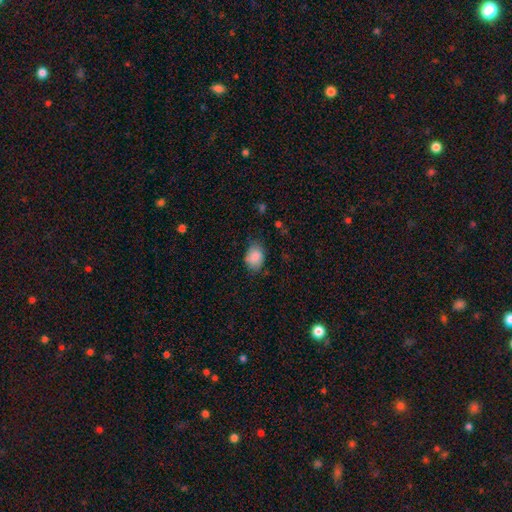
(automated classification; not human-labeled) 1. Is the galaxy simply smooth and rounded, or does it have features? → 87% smooth, 7% star or artifact, 6% featured or disk.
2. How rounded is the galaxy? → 68% in between, 31% round, 1% cigar-shaped.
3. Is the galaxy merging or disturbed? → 70% none, 23% minor disturbance, 5% major disturbance, 1% merger.